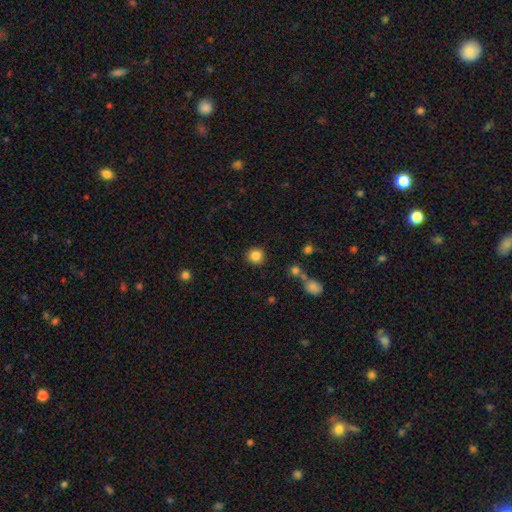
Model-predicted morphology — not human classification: smooth-or-featured: smooth: 85% | star or artifact: 10% | featured or disk: 4%
  how-rounded: round: 92% | in between: 7% | cigar-shaped: 1%
  merging: none: 89% | minor disturbance: 6% | merger: 3% | major disturbance: 2%